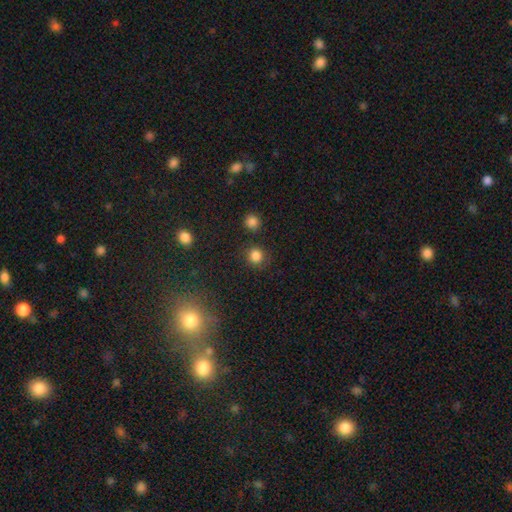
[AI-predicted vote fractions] A smooth galaxy with no disk features (84%) that is round (88%). Merging: none (84%).